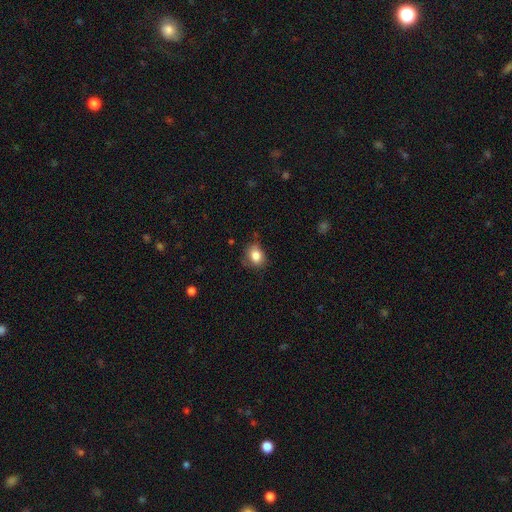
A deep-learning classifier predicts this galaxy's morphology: Smooth or featured? smooth (83%)
How rounded? round (56%)
Merging? none (68%)